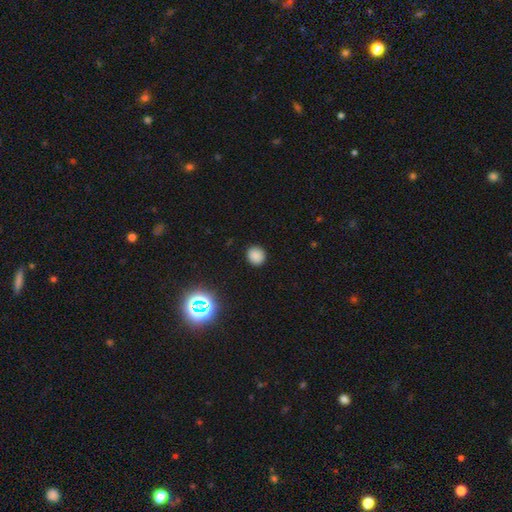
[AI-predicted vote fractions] smooth 83%, star or artifact 14%, featured or disk 3%. Down the decision tree: how rounded — round (89%); merging — none (91%).